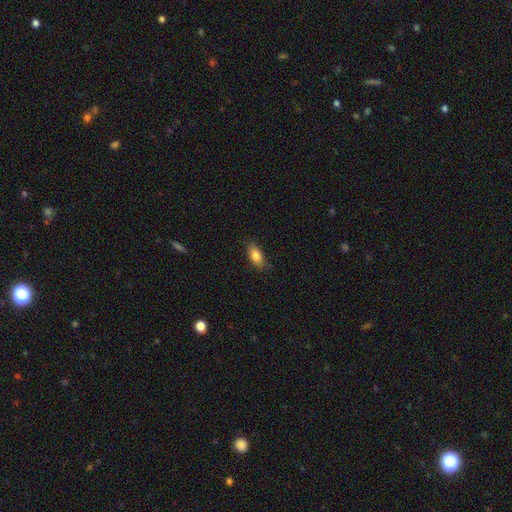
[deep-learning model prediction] A smooth galaxy with no disk features (82%) that is in between round and cigar-shaped (85%).

Vote fractions:
- Smooth or featured? smooth: 82% / featured or disk: 11% / star or artifact: 8%
- How rounded? in between: 85% / cigar-shaped: 11% / round: 4%
- Merging? none: 81% / minor disturbance: 15% / major disturbance: 3% / merger: 1%